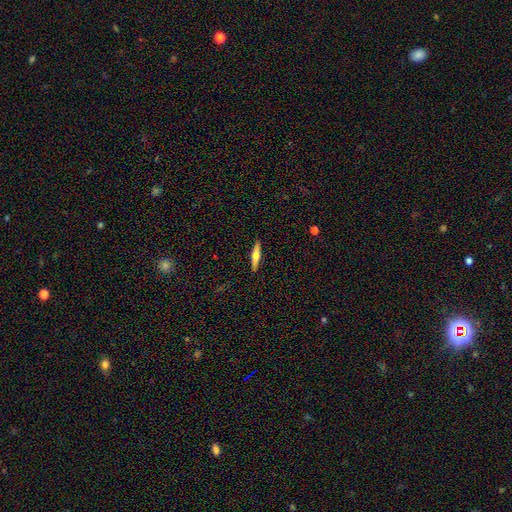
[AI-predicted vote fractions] Smooth or featured: smooth — 48% (featured or disk — 46%)
Merging: none — 91% (minor disturbance — 6%)